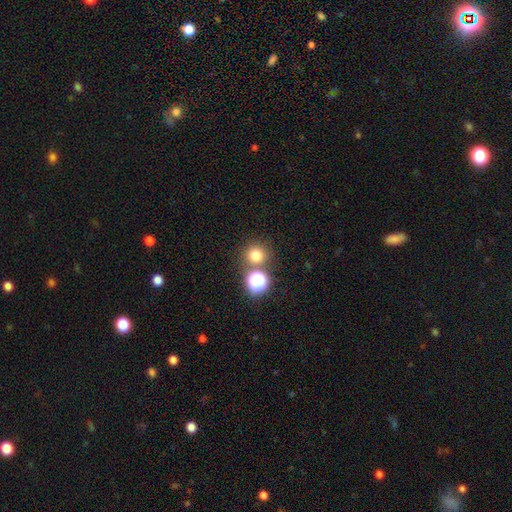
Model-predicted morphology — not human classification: smooth_or_featured: smooth (p=0.73) [alt: star or artifact p=0.20]
how_rounded: round (p=0.91) [alt: in between p=0.08]
merging: none (p=0.75) [alt: merger p=0.15]